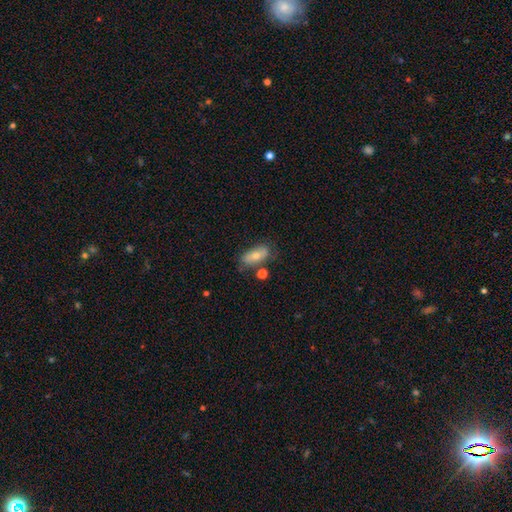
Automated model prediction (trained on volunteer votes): Smooth or featured? smooth (64%)
How rounded? in between (86%)
Merging? none (64%)